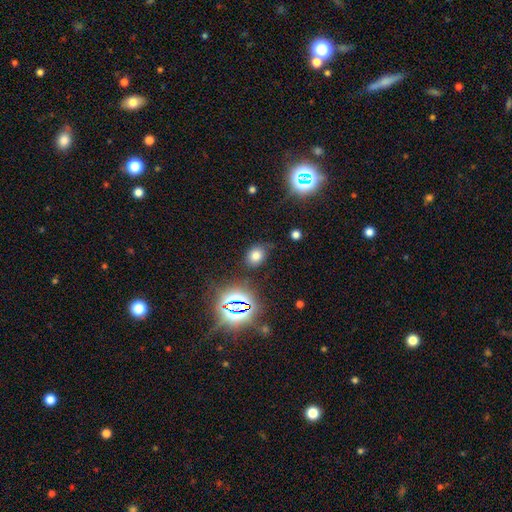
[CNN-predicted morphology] Smooth or featured? smooth (69%)
How rounded? in between (56%)
Merging? none (72%)